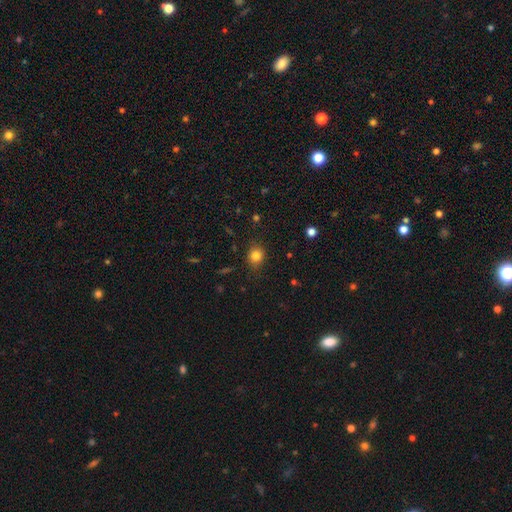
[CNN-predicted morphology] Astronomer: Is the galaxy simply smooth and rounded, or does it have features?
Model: smooth — 82%.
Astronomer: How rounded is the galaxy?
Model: round — 70%.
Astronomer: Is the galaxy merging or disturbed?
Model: none — 81%.